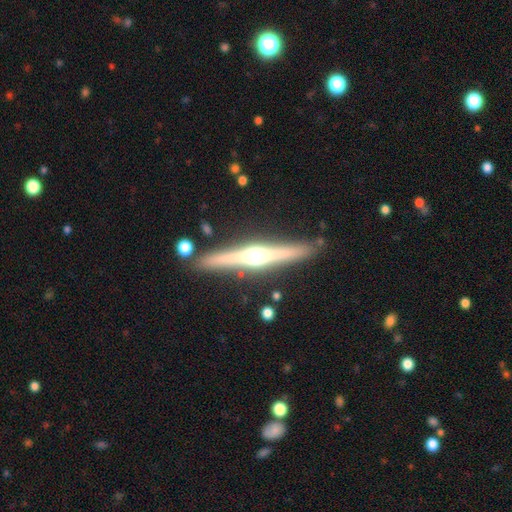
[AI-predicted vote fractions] Q: Smooth or featured?
A: featured or disk (77%); runner-up: smooth (17%)
Q: Edge-on disk?
A: yes (98%); runner-up: no (2%)
Q: Edge-on bulge?
A: rounded (92%); runner-up: boxy (5%)
Q: Merging?
A: none (86%); runner-up: minor disturbance (9%)